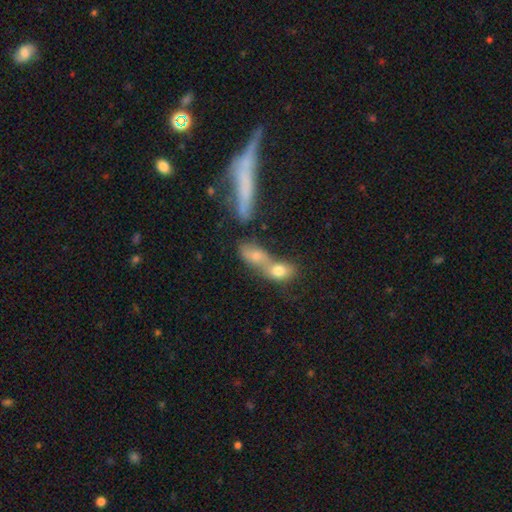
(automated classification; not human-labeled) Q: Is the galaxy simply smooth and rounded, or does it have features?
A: smooth — 65%.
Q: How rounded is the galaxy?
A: in between — 70%.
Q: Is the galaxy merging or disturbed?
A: merger — 69%.